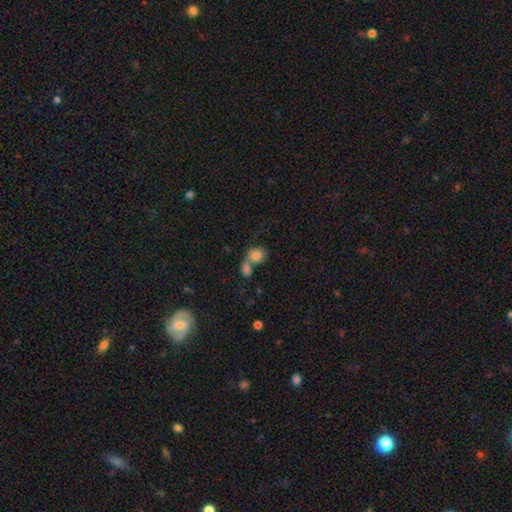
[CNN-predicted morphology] smooth 80%, featured or disk 10%, star or artifact 9%. Down the decision tree: how rounded — round (60%); merging — merger (56%).